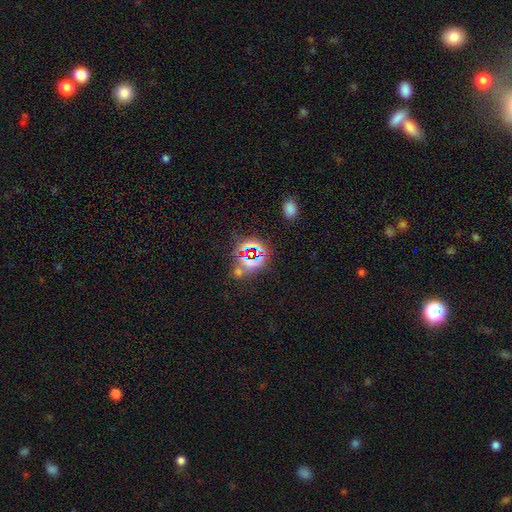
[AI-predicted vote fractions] The model was most divided on "smooth or featured": star or artifact: 71%, smooth: 18%, featured or disk: 11%.